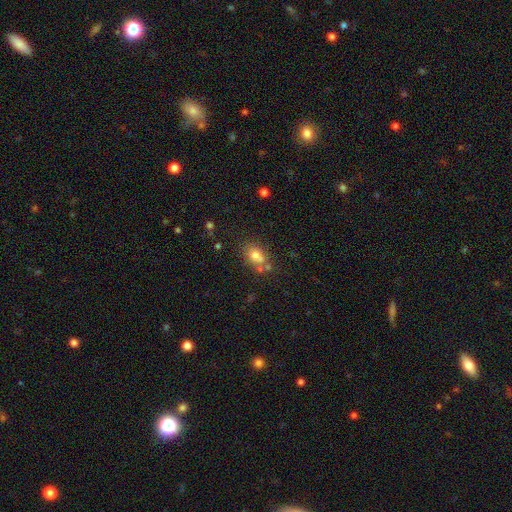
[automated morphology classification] A smooth galaxy with no disk features (69%) that is in between round and cigar-shaped (58%).

Vote fractions:
- Smooth or featured? smooth: 69% / featured or disk: 17% / star or artifact: 14%
- How rounded? in between: 58% / round: 41% / cigar-shaped: 1%
- Merging? none: 53% / merger: 28% / minor disturbance: 14% / major disturbance: 5%